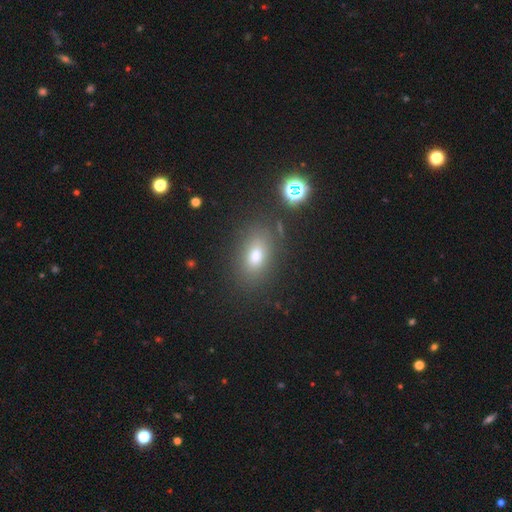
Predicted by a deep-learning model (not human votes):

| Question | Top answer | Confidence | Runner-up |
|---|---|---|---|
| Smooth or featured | smooth | 69% | star or artifact (18%) |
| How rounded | in between | 76% | round (21%) |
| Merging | none | 81% | minor disturbance (11%) |